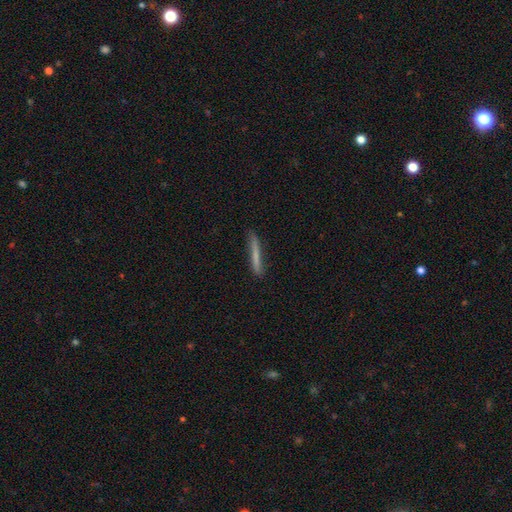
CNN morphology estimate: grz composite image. It shows a smooth galaxy with no disk features (67%) that is cigar-shaped (96%). Merging: none (82%).